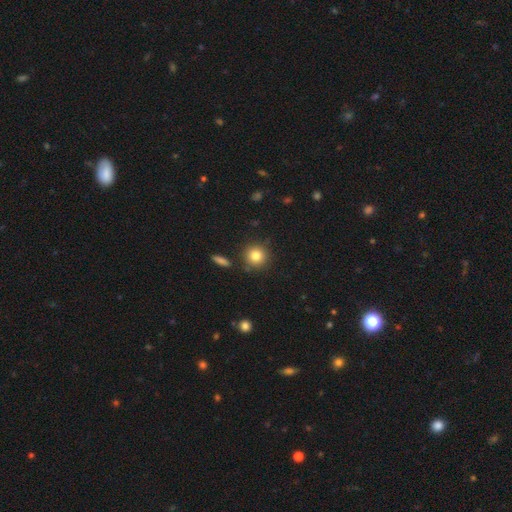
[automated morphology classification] This is clearly a smooth galaxy (82%). How rounded: clearly round (92%). Merging: clearly none (86%).